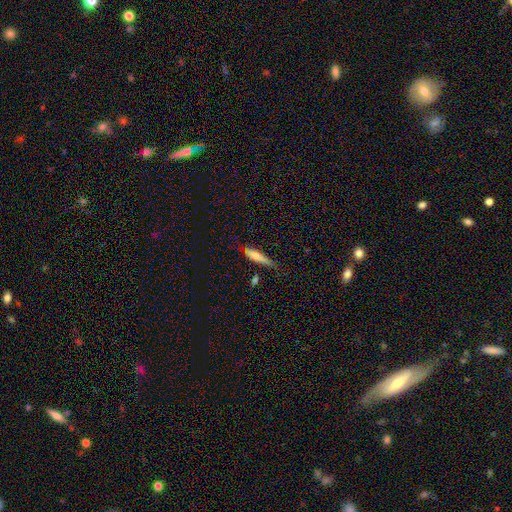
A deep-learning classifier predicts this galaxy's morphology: smooth 72%, featured or disk 21%, star or artifact 7%. Down the decision tree: how rounded — cigar-shaped (74%); merging — none (52%).